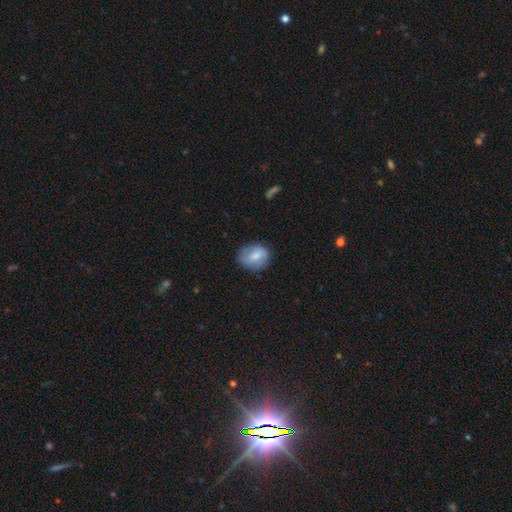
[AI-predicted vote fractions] This is likely a smooth galaxy (67%). How rounded: possibly in between (51%). Merging: likely none (75%).